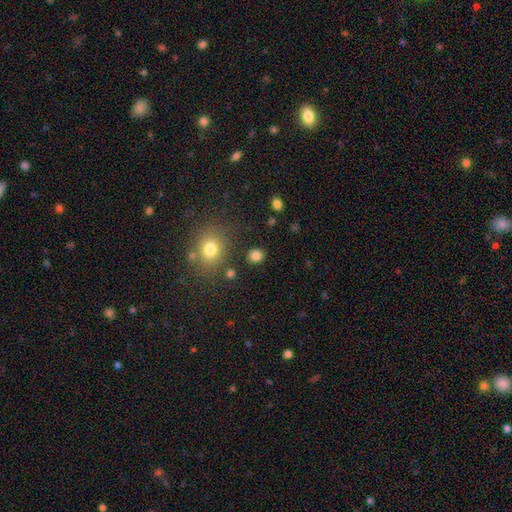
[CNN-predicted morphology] smooth 83%, star or artifact 13%, featured or disk 5%. Down the decision tree: how rounded — round (77%); merging — none (86%).